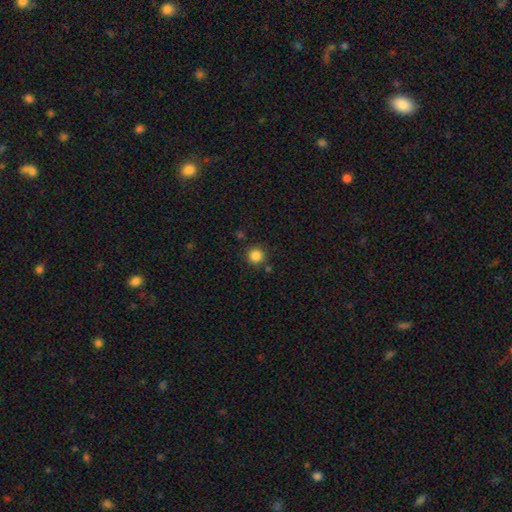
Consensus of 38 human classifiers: A smooth galaxy with no disk features (87%) that is round (97%).

Vote fractions:
- Smooth or featured? smooth: 87% / featured or disk: 8% / star or artifact: 5%
- How rounded? round: 97% / in between: 3% / cigar-shaped: 0%
- Merging? none: 78% / minor disturbance: 11% / major disturbance: 6% / merger: 6%